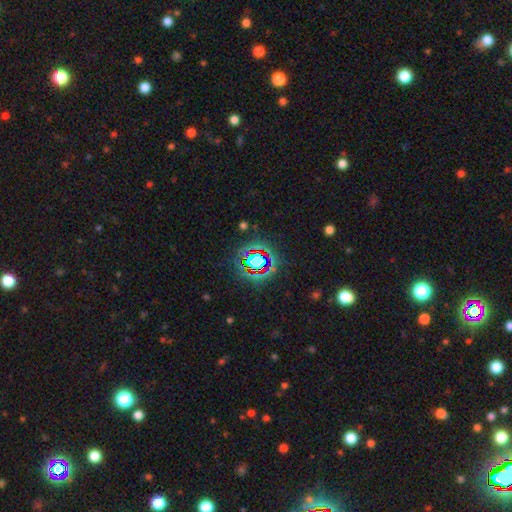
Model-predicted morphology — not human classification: This is likely a star or artifact rather than a galaxy (68%).